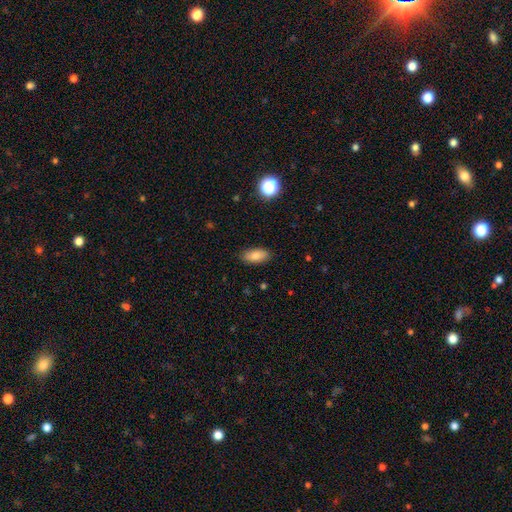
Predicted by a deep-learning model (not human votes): smooth_or_featured: smooth (p=0.82) [alt: featured or disk p=0.10]
how_rounded: in between (p=0.88) [alt: cigar-shaped p=0.09]
merging: none (p=0.87) [alt: minor disturbance p=0.09]